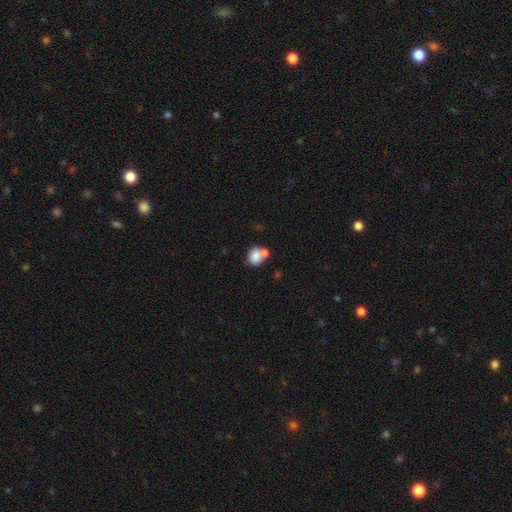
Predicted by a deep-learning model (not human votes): This is clearly a smooth galaxy (81%). How rounded: likely round (68%). Merging: marginally none (43%).